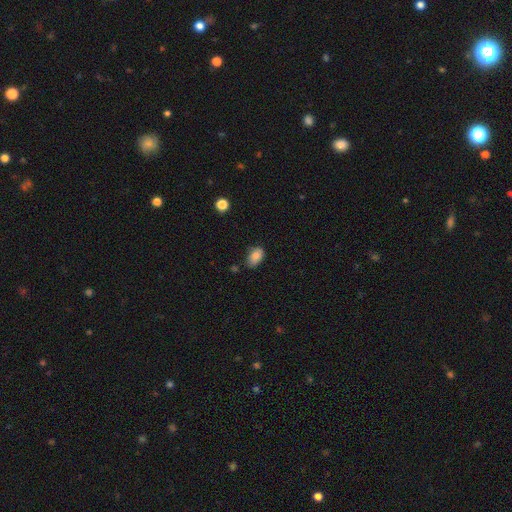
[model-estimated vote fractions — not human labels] smooth-or-featured: smooth: 83% | star or artifact: 9% | featured or disk: 8%
  how-rounded: in between: 90% | round: 9% | cigar-shaped: 2%
  merging: none: 65% | minor disturbance: 27% | major disturbance: 5% | merger: 3%